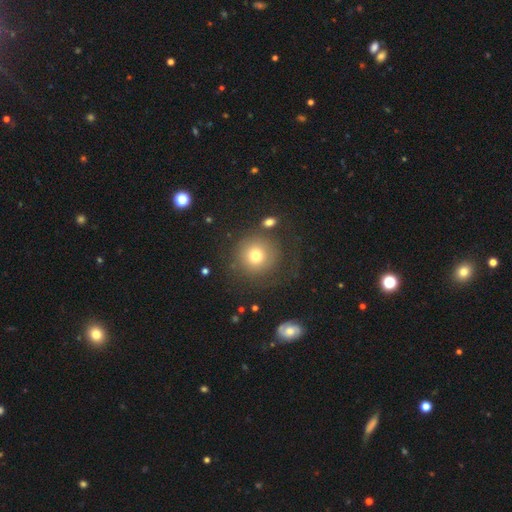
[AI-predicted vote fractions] smooth_or_featured: smooth (p=0.72) [alt: featured or disk p=0.16]
how_rounded: round (p=0.93) [alt: in between p=0.06]
merging: none (p=0.72) [alt: minor disturbance p=0.12]